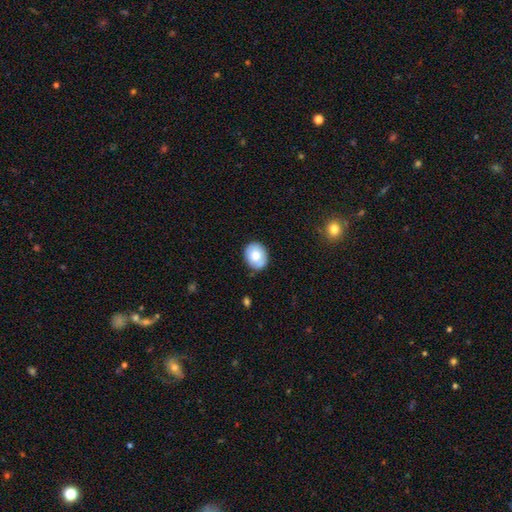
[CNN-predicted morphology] Smooth or featured: smooth — 74% (featured or disk — 18%)
How rounded: round — 50% (in between — 49%)
Merging: none — 82% (minor disturbance — 14%)